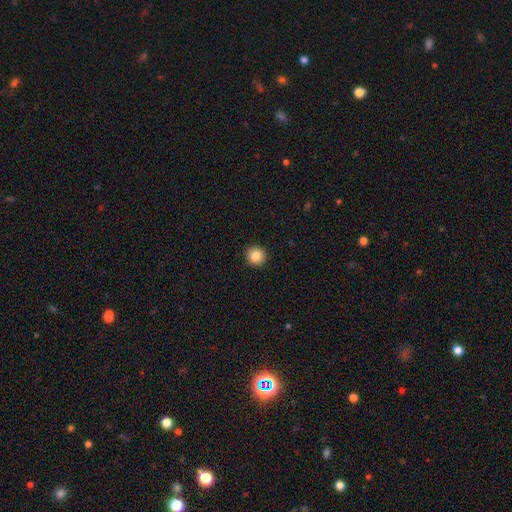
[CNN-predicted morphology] smooth 85%, star or artifact 10%, featured or disk 5%. Down the decision tree: how rounded — round (91%); merging — none (93%).